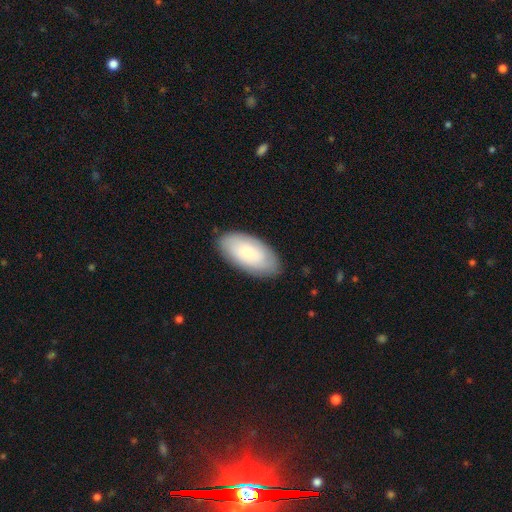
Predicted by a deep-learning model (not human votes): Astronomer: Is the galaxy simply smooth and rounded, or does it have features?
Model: smooth — 63%.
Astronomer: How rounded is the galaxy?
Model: in between — 94%.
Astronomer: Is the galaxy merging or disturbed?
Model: none — 84%.